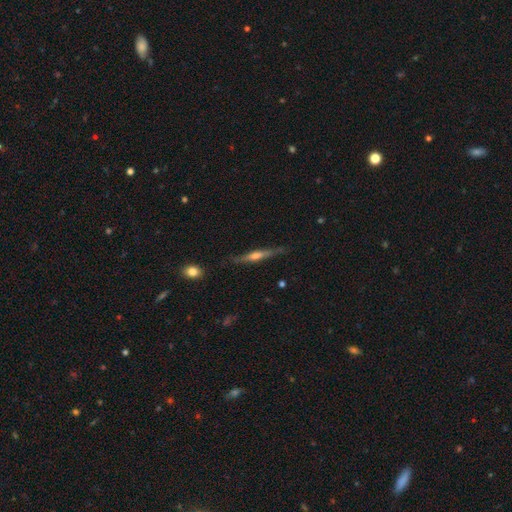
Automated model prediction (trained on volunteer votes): Q: Smooth or featured?
A: featured or disk (66%); runner-up: smooth (27%)
Q: Edge-on disk?
A: yes (96%); runner-up: no (4%)
Q: Edge-on bulge?
A: rounded (69%); runner-up: boxy (18%)
Q: Merging?
A: none (80%); runner-up: minor disturbance (15%)